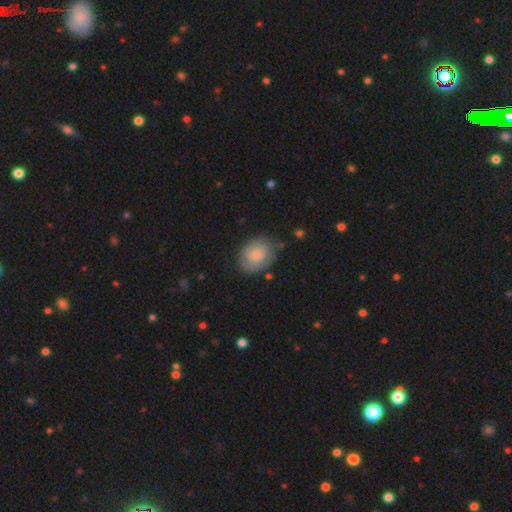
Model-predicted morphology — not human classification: smooth-or-featured: smooth: 63% | featured or disk: 30% | star or artifact: 7%
  how-rounded: in between: 56% | round: 43% | cigar-shaped: 1%
  merging: none: 66% | minor disturbance: 24% | major disturbance: 8% | merger: 2%